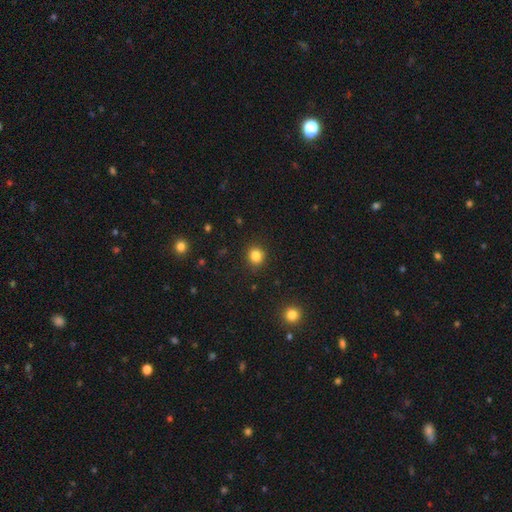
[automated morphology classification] smooth_or_featured: smooth (p=0.84) [alt: star or artifact p=0.12]
how_rounded: round (p=0.85) [alt: in between p=0.14]
merging: none (p=0.88) [alt: minor disturbance p=0.08]